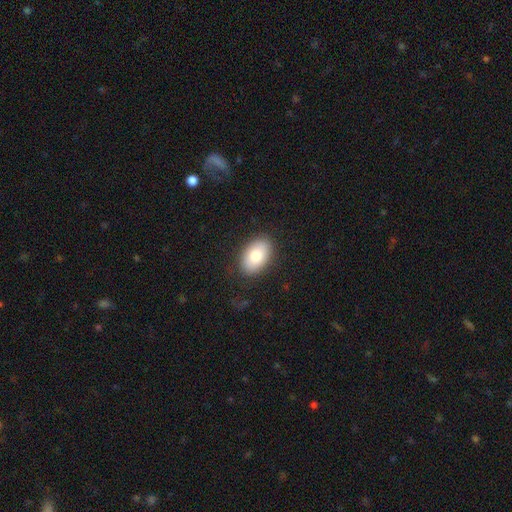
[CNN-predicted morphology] Q: Smooth or featured?
A: smooth (81%); runner-up: featured or disk (12%)
Q: How rounded?
A: in between (90%); runner-up: round (8%)
Q: Merging?
A: none (86%); runner-up: minor disturbance (10%)